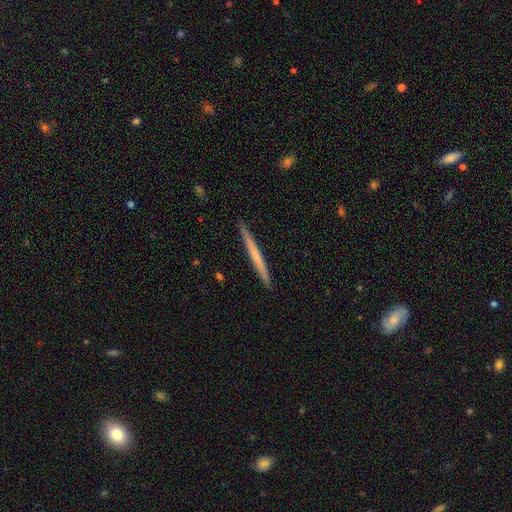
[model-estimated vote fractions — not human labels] featured or disk 47% (tied), smooth 47% (tied), star or artifact 5%. Down the decision tree: merging — none (92%).